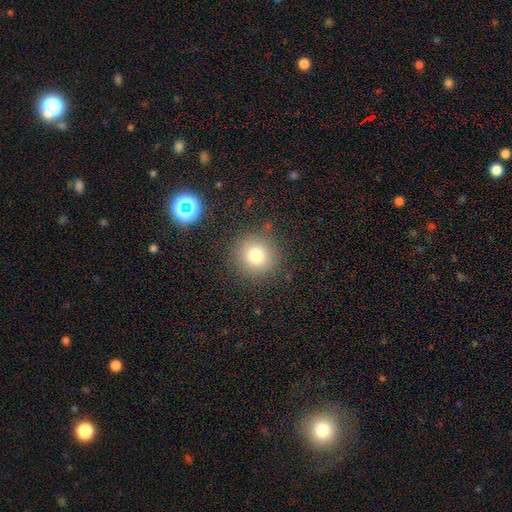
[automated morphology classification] The model was most divided on "smooth or featured": smooth: 76%, star or artifact: 14%, featured or disk: 10%. More confident: how rounded — round (93%); merging — none (86%).